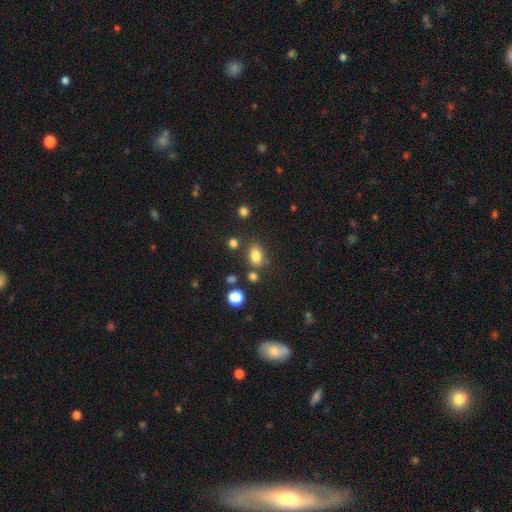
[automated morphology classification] Smooth or featured: smooth — 82% (star or artifact — 12%)
How rounded: in between — 76% (round — 22%)
Merging: none — 72% (minor disturbance — 14%)